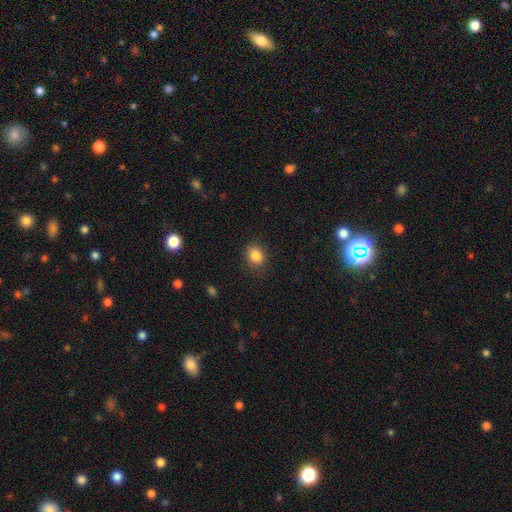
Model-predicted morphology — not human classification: A smooth galaxy with no disk features (85%) that is round (58%).

Vote fractions:
- Smooth or featured? smooth: 85% / star or artifact: 10% / featured or disk: 5%
- How rounded? round: 58% / in between: 41% / cigar-shaped: 1%
- Merging? none: 86% / minor disturbance: 10% / major disturbance: 3% / merger: 1%